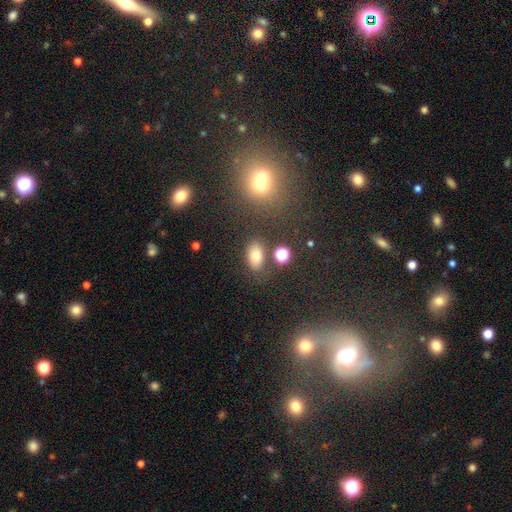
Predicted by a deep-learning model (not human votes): Overall: smooth (74%). How rounded: in between (83%). Merging: none (78%).